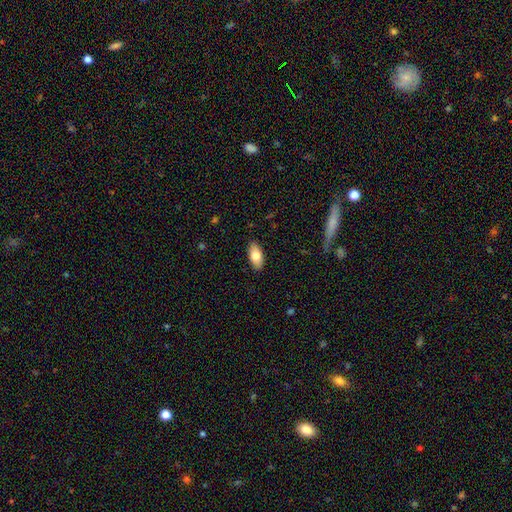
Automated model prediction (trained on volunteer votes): Smooth or featured? Predicted: smooth (p=0.77). How rounded? Predicted: in between (p=0.91). Merging? Predicted: none (p=0.89).